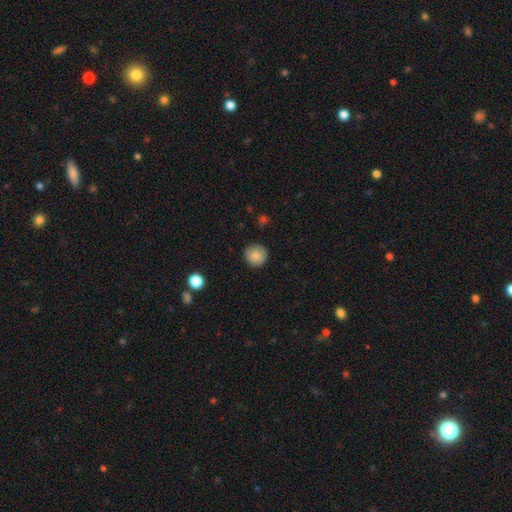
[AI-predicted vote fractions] The model was most divided on "smooth or featured": smooth: 83%, featured or disk: 9%, star or artifact: 8%. More confident: how rounded — round (94%); merging — none (88%).